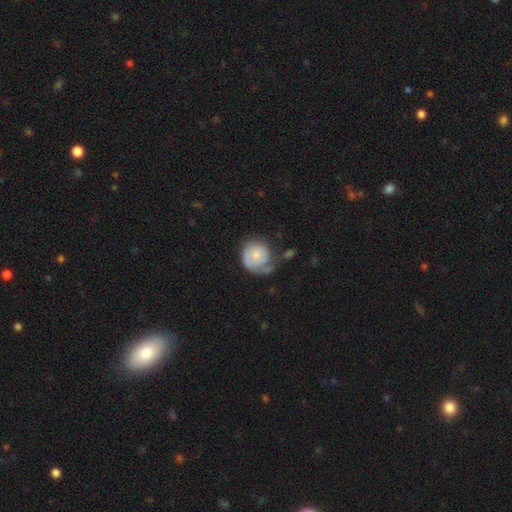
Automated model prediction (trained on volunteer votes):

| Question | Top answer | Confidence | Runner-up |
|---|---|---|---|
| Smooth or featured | featured or disk | 51% | smooth (43%) |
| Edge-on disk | no | 98% | yes (2%) |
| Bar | no | 79% | weak (18%) |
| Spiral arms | yes | 79% | no (21%) |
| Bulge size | small | 60% | moderate (29%) |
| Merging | none | 42% | minor disturbance (27%) |